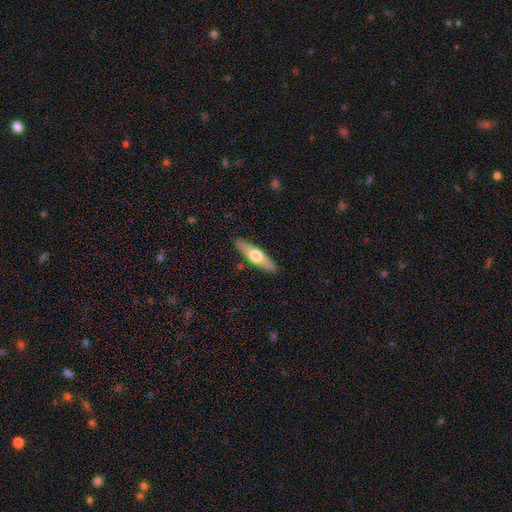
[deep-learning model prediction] Morphology: type=featured or disk (49%); merging=none (88%).